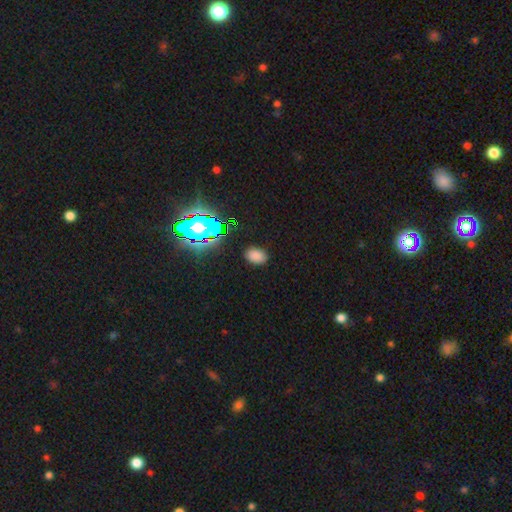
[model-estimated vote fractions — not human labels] Morphology: type=smooth (75%); roundness=in between (82%); merging=none (86%).